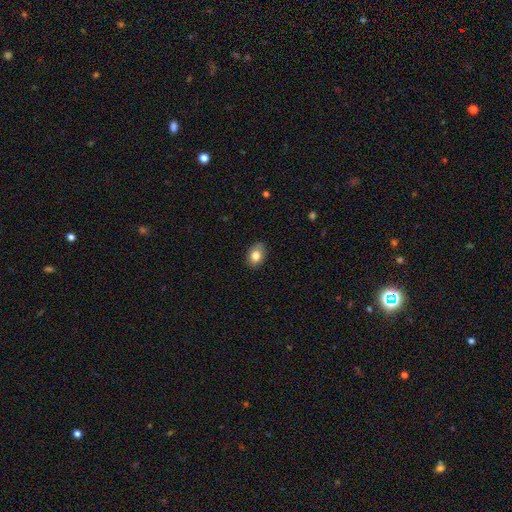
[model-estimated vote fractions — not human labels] A smooth galaxy with no disk features (81%) that is in between round and cigar-shaped (70%). Merging: none (84%).